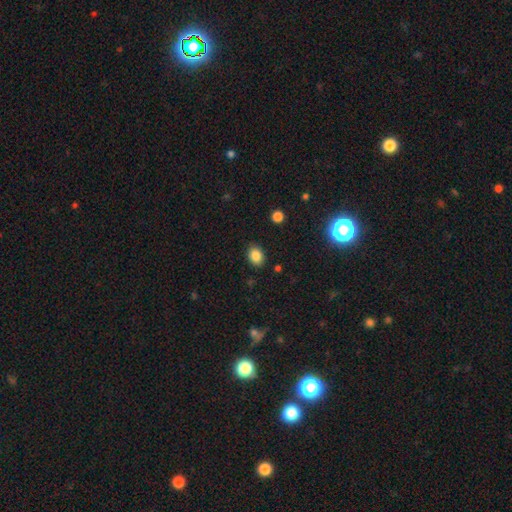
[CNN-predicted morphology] This is clearly a smooth galaxy (85%). How rounded: likely in between (61%). Merging: clearly none (87%).